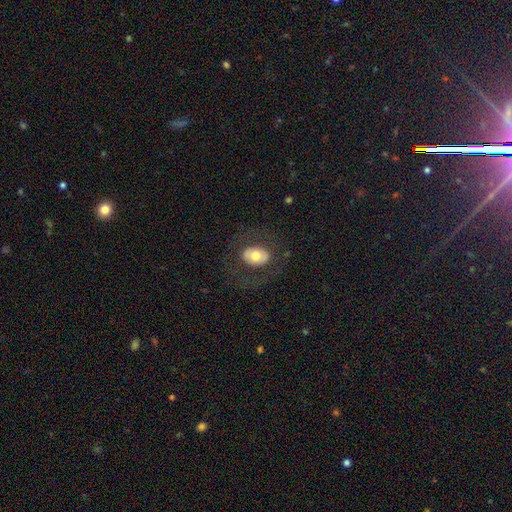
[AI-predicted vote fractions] smooth-or-featured: smooth: 60% | featured or disk: 33% | star or artifact: 7%
  how-rounded: in between: 73% | round: 26% | cigar-shaped: 1%
  merging: none: 76% | minor disturbance: 12% | major disturbance: 11% | merger: 1%